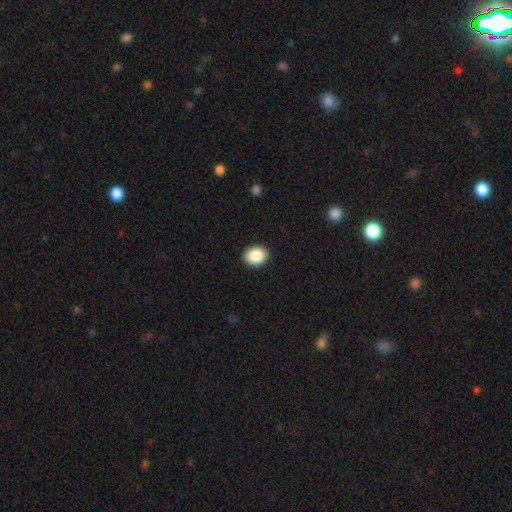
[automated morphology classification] smooth 89%, star or artifact 8%, featured or disk 4%. Down the decision tree: how rounded — in between (58%); merging — none (91%).